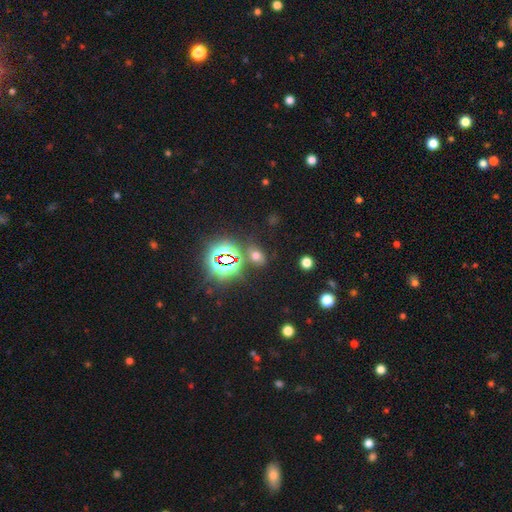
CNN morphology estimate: This is possibly a smooth galaxy (51%). How rounded: likely in between (70%). Merging: likely none (76%).